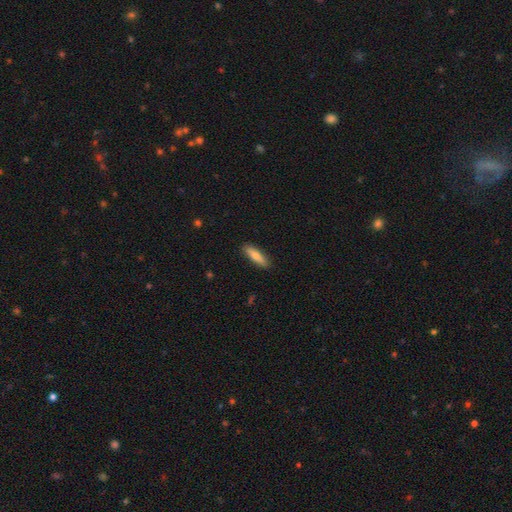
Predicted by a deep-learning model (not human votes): Smooth or featured? Predicted: smooth (p=0.79). How rounded? Predicted: cigar-shaped (p=0.66). Merging? Predicted: none (p=0.89).